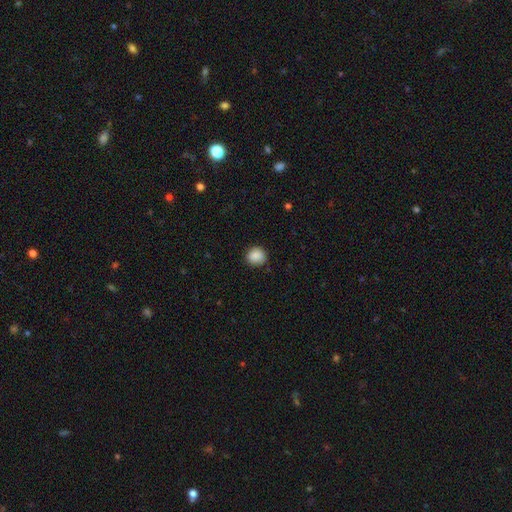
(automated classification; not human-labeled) This is clearly a smooth galaxy (88%). How rounded: clearly round (85%). Merging: clearly none (84%).